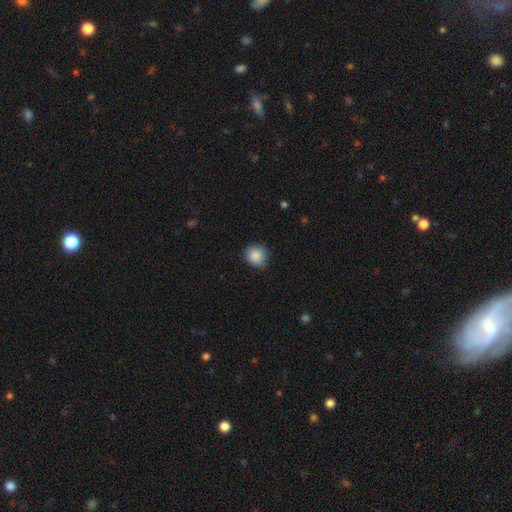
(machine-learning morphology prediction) Overall: smooth (88%). How rounded: round (87%). Merging: none (83%).